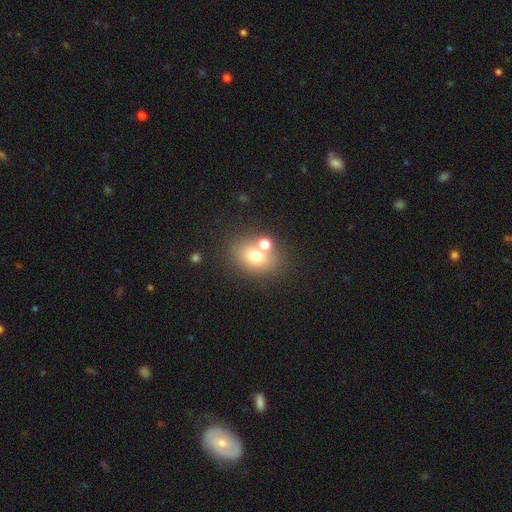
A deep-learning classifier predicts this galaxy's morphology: Overall: smooth (70%). How rounded: round (50%; in between 49%). Merging: none (59%; merger 27%).